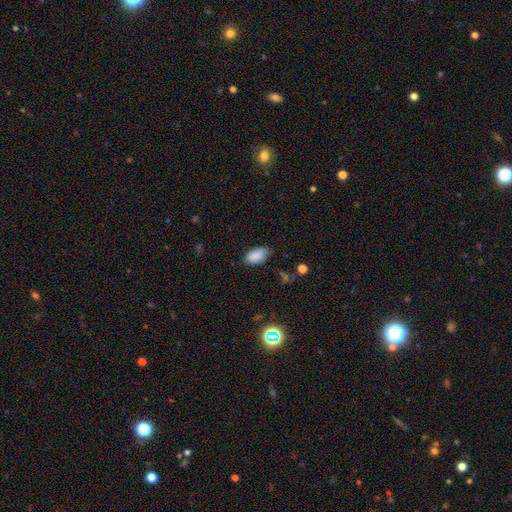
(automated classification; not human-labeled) smooth 87%, star or artifact 8%, featured or disk 5%. Down the decision tree: how rounded — in between (94%); merging — none (75%).